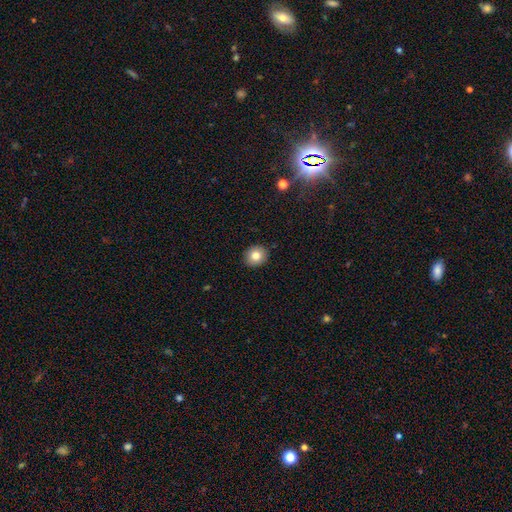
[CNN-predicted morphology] Smooth or featured? Predicted: smooth (p=0.82). How rounded? Predicted: round (p=0.77). Merging? Predicted: none (p=0.91).